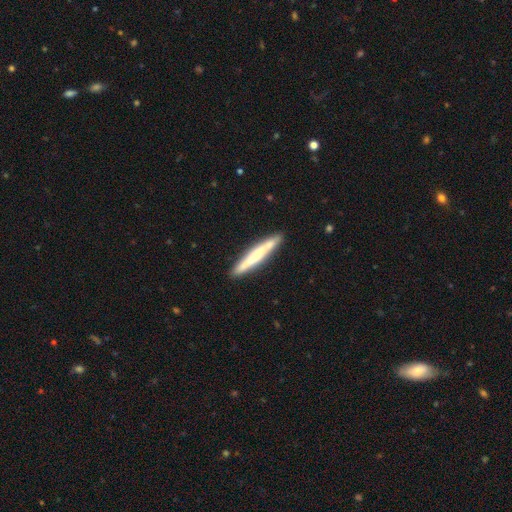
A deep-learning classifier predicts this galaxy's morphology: Smooth or featured? smooth (49%)
Merging? none (89%)